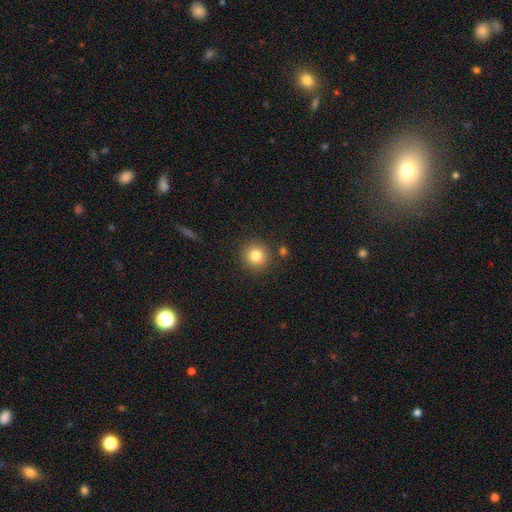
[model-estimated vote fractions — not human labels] smooth 81%, star or artifact 11%, featured or disk 7%. Down the decision tree: how rounded — round (92%); merging — none (87%).